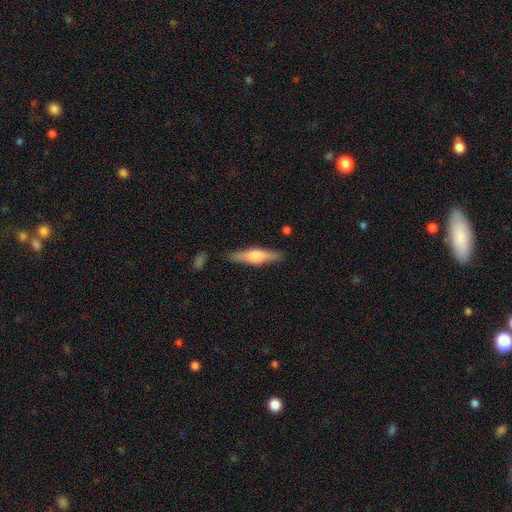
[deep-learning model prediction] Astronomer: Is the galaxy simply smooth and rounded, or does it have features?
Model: featured or disk — 52% (runner-up: smooth, 42%).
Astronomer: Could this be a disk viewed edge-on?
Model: yes — 95%.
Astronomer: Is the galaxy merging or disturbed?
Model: none — 86%.